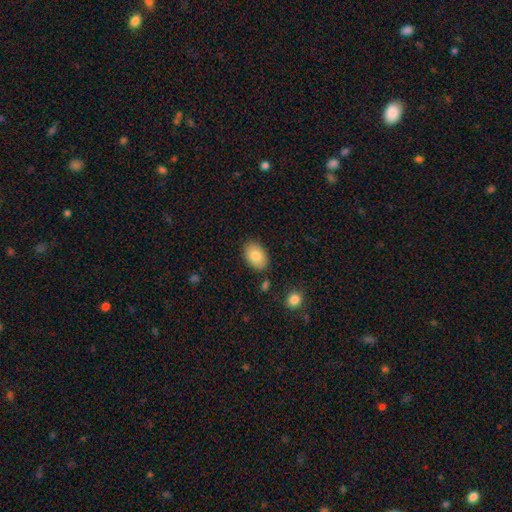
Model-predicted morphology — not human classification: Overall: smooth (83%). How rounded: in between (89%). Merging: none (84%).